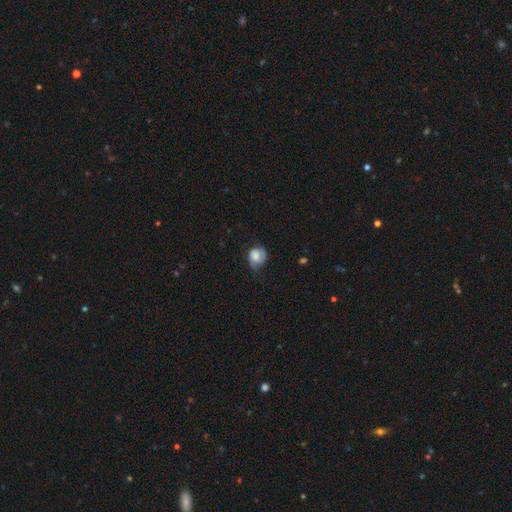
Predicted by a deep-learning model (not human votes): smooth_or_featured: smooth (p=0.58) [alt: featured or disk p=0.34]
how_rounded: round (p=0.66) [alt: in between p=0.33]
merging: none (p=0.45) [alt: minor disturbance p=0.35]